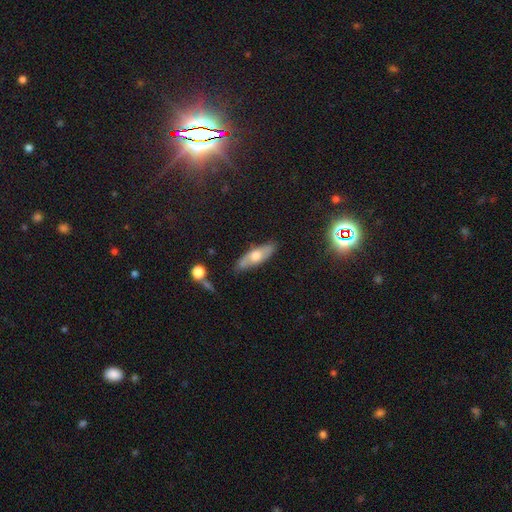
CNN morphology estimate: Smooth or featured? Predicted: smooth (p=0.52). How rounded? Predicted: in between (p=0.55). Merging? Predicted: none (p=0.79).